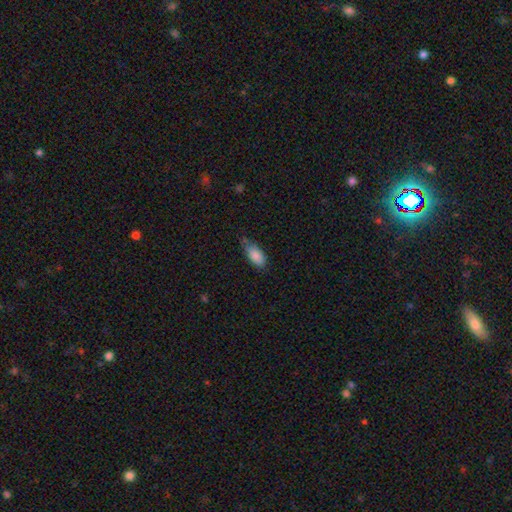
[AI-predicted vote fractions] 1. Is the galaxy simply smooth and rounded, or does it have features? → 85% smooth, 8% featured or disk, 7% star or artifact.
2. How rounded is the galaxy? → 88% in between, 10% cigar-shaped, 2% round.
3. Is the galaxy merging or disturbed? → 53% none, 38% minor disturbance, 7% major disturbance, 2% merger.